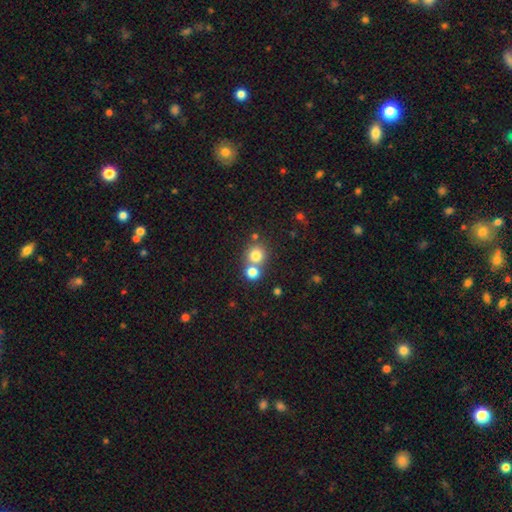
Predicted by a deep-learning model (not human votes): smooth_or_featured: smooth (p=0.78) [alt: star or artifact p=0.13]
how_rounded: round (p=0.88) [alt: in between p=0.11]
merging: none (p=0.55) [alt: merger p=0.37]